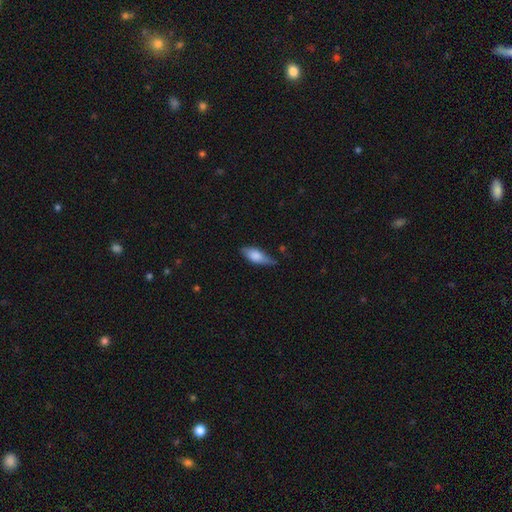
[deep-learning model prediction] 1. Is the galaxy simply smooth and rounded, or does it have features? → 73% smooth, 21% featured or disk, 6% star or artifact.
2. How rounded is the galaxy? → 74% in between, 24% cigar-shaped, 3% round.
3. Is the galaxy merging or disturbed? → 57% none, 34% minor disturbance, 7% major disturbance, 2% merger.